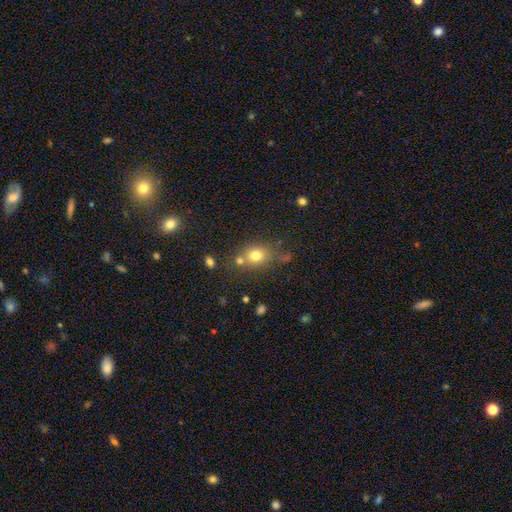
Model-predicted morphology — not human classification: A smooth galaxy with no disk features (75%) that is round (61%). Merging: none (60%).